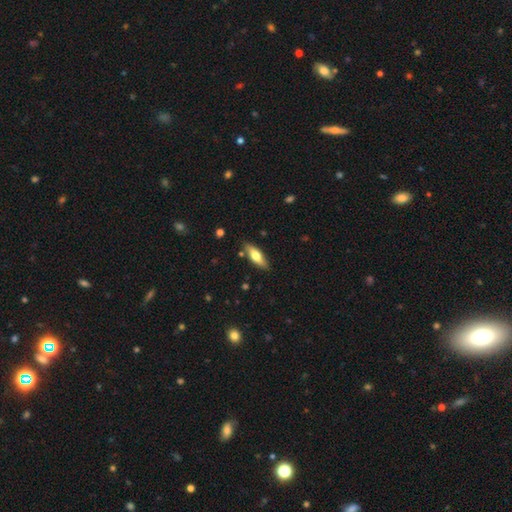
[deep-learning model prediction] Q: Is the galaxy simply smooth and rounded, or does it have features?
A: smooth — 62%.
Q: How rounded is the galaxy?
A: in between — 56%.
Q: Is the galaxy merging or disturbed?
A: none — 85%.